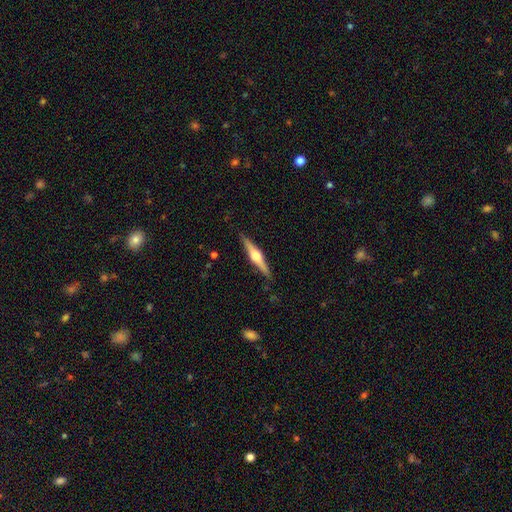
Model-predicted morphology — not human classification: featured or disk 74%, smooth 21%, star or artifact 5%. Down the decision tree: edge-on disk — yes (98%); edge-on bulge — rounded (91%); merging — none (89%).